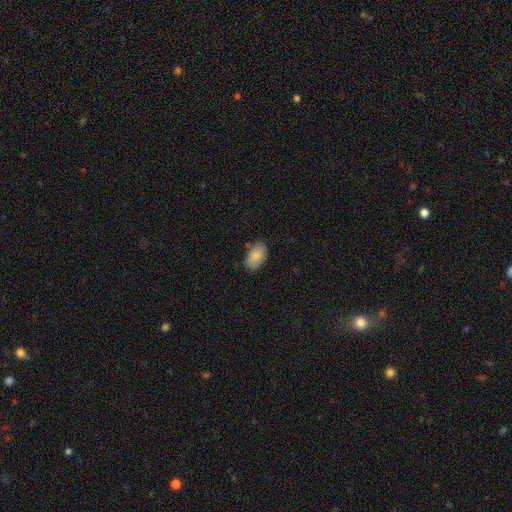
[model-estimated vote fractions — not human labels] Q: Smooth or featured?
A: smooth (84%); runner-up: featured or disk (9%)
Q: How rounded?
A: in between (92%); runner-up: round (7%)
Q: Merging?
A: none (78%); runner-up: minor disturbance (17%)